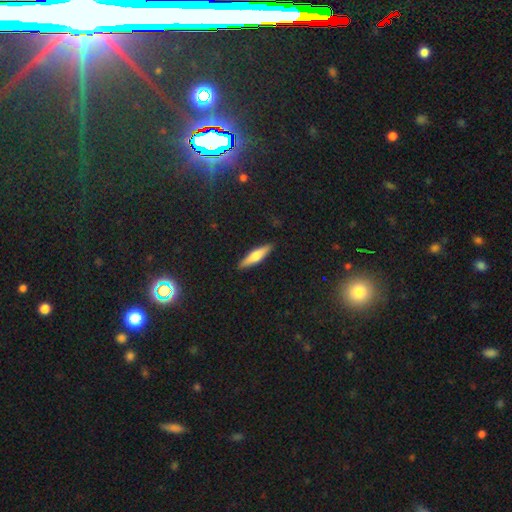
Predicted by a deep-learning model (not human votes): Smooth or featured? smooth (58%)
How rounded? cigar-shaped (78%)
Merging? none (90%)